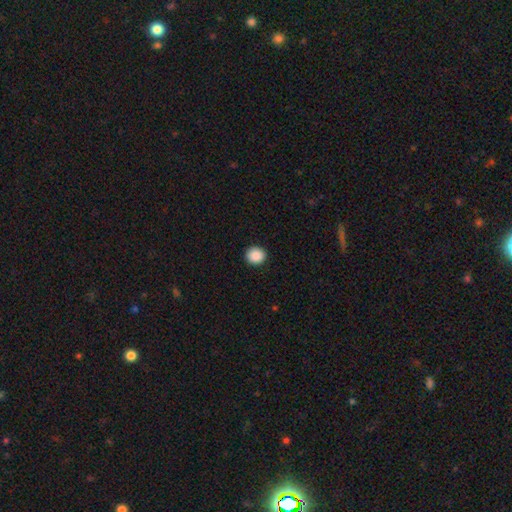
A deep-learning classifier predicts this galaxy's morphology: Smooth or featured?
  - smooth: 89% *
  - star or artifact: 8%
  - featured or disk: 3%
How rounded?
  - round: 89% *
  - in between: 10%
  - cigar-shaped: 1%
Merging?
  - none: 92% *
  - minor disturbance: 5%
  - major disturbance: 2%
  - merger: 1%